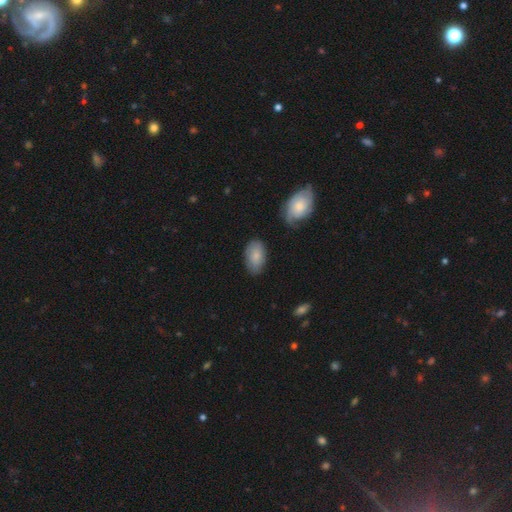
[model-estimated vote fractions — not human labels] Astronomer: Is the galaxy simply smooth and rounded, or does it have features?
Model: smooth — 80%.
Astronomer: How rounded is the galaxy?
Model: in between — 93%.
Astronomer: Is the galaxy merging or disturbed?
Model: none — 72%.